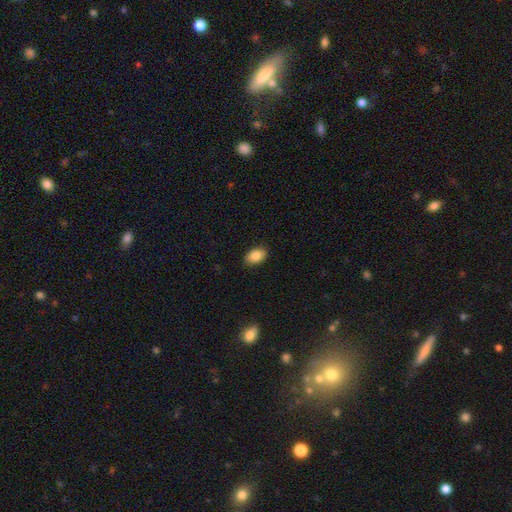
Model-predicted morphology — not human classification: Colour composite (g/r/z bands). It shows a smooth galaxy with no disk features (85%) that is in between round and cigar-shaped (88%). Merging: none (88%).